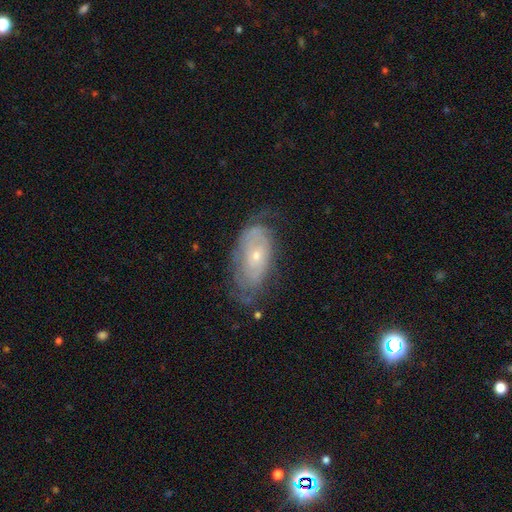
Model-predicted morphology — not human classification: type=featured or disk (69%); edge-on=no (92%); bar=no (80%); spiral arms=yes (73%); bulge=small (69%); merging=none (57%).